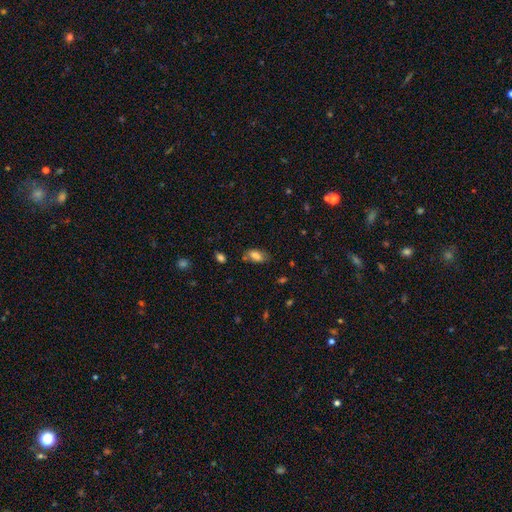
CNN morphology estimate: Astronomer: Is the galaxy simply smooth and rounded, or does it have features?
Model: smooth — 80%.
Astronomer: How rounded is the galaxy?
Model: in between — 87%.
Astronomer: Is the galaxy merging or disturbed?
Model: none — 63%.